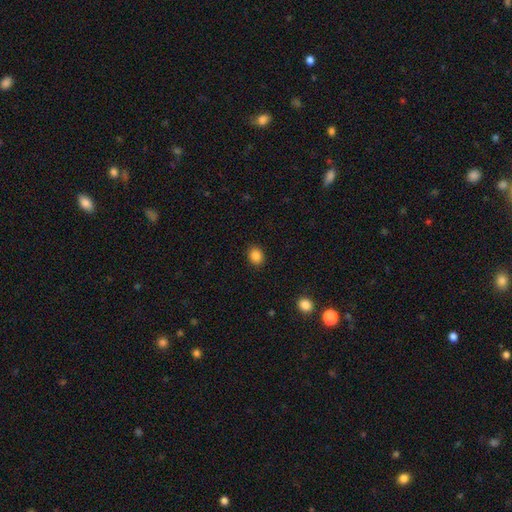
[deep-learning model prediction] Morphology: type=smooth (86%); roundness=round (51%); merging=none (89%).